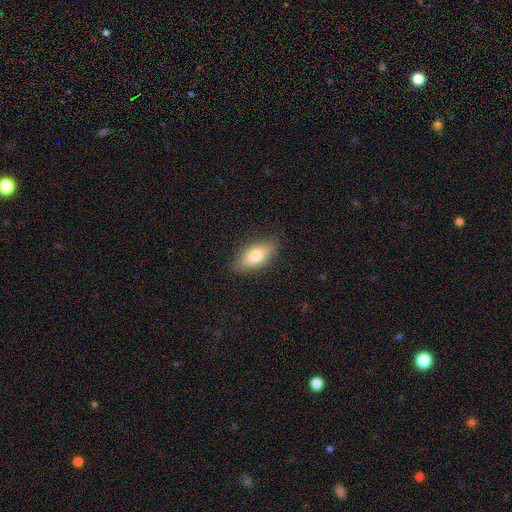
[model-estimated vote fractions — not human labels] Overall: smooth (75%). How rounded: in between (86%). Merging: none (85%).